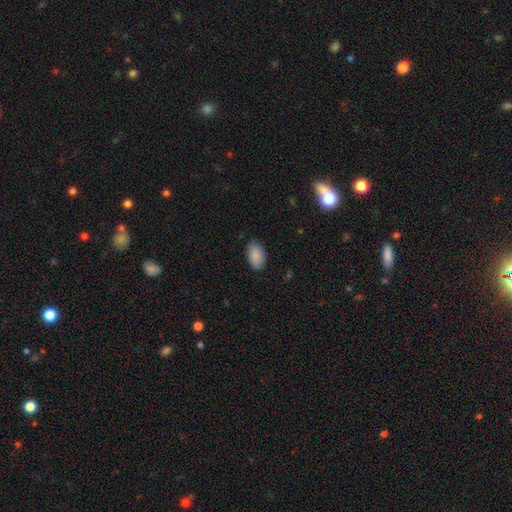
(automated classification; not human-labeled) smooth-or-featured: smooth: 88% | star or artifact: 7% | featured or disk: 6%
  how-rounded: in between: 94% | round: 5% | cigar-shaped: 2%
  merging: none: 82% | minor disturbance: 14% | major disturbance: 3% | merger: 1%